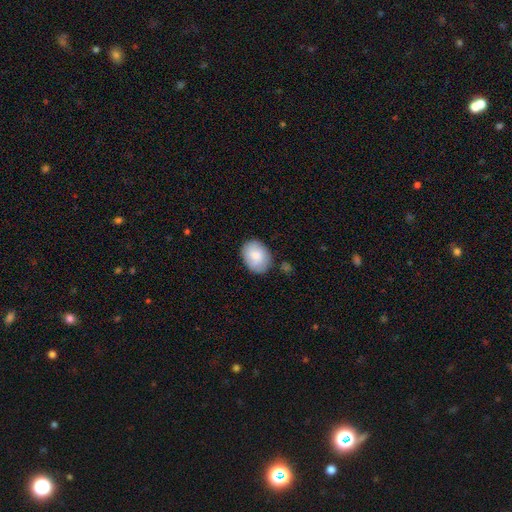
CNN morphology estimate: Smooth or featured?
  - smooth: 80% *
  - featured or disk: 14%
  - star or artifact: 6%
How rounded?
  - in between: 64% *
  - round: 35%
  - cigar-shaped: 1%
Merging?
  - none: 79% *
  - minor disturbance: 15%
  - major disturbance: 3%
  - merger: 3%